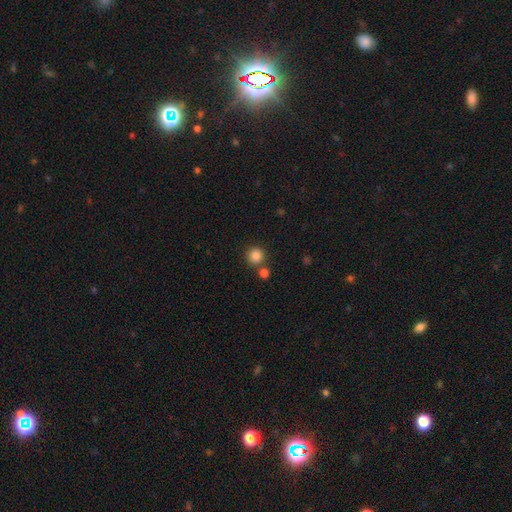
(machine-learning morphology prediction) A smooth galaxy with no disk features (85%) that is round (93%).

Vote fractions:
- Smooth or featured? smooth: 85% / star or artifact: 11% / featured or disk: 4%
- How rounded? round: 93% / in between: 6% / cigar-shaped: 1%
- Merging? none: 77% / merger: 13% / minor disturbance: 7% / major disturbance: 3%